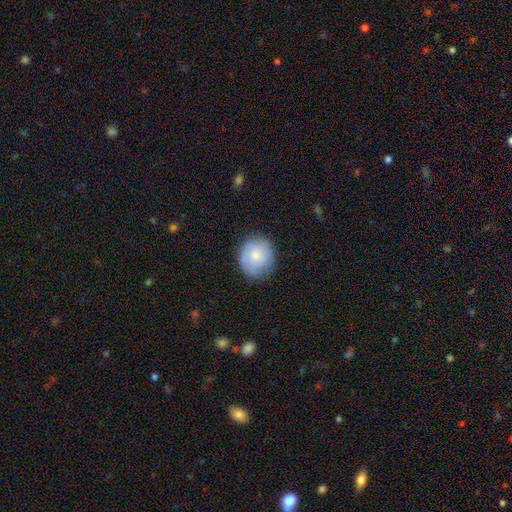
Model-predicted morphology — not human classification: Overall: smooth (61%; featured or disk 32%). How rounded: round (77%). Merging: none (76%).